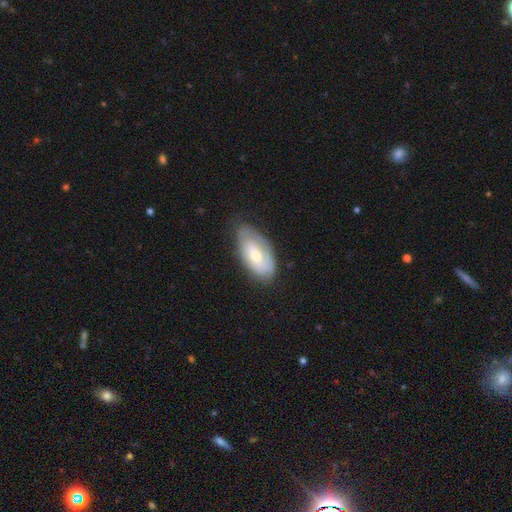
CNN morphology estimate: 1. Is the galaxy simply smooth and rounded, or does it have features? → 47% featured or disk (tied), 47% smooth (tied), 6% star or artifact.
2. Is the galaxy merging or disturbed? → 65% none, 26% minor disturbance, 7% major disturbance, 1% merger.